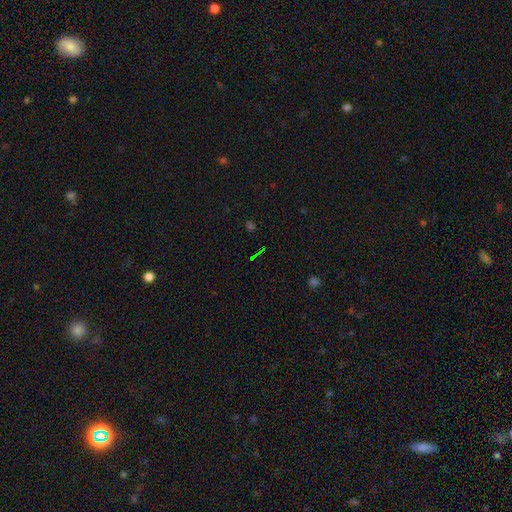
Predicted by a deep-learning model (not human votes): smooth-or-featured: star or artifact: 69% | smooth: 19% | featured or disk: 12%